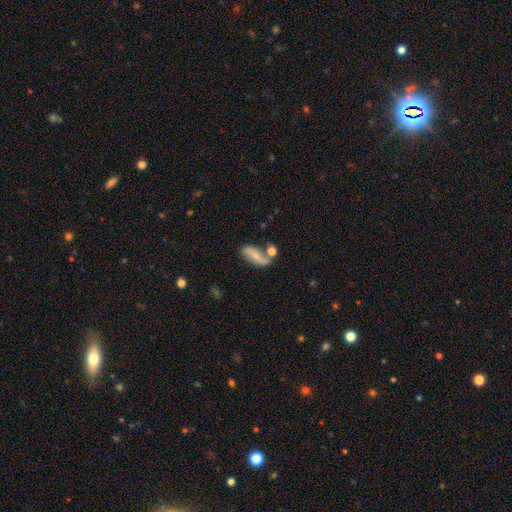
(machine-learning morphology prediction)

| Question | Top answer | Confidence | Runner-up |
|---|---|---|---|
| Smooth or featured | featured or disk | 49% | smooth (43%) |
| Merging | none | 50% | merger (22%) |